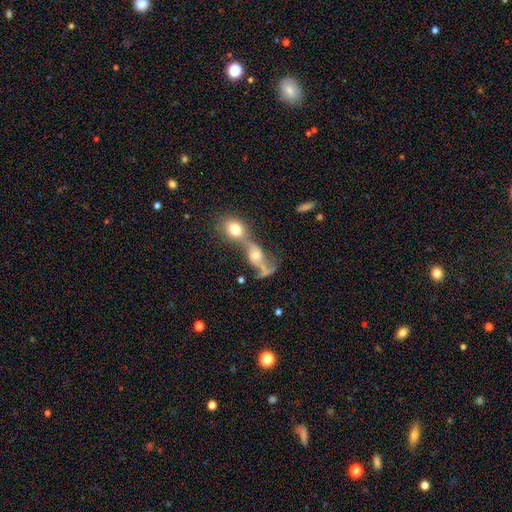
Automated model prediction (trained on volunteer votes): Overall: featured or disk (46%; smooth 39%). Merging: merger (63%).